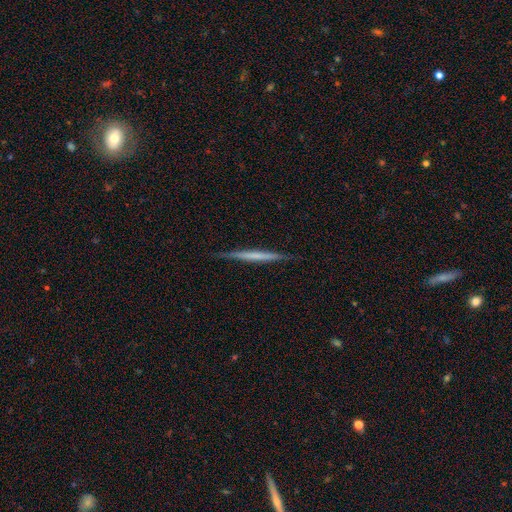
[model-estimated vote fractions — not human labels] Morphology: type=featured or disk (54%); edge-on=yes (97%); edge-on bulge=none (83%); merging=none (89%).